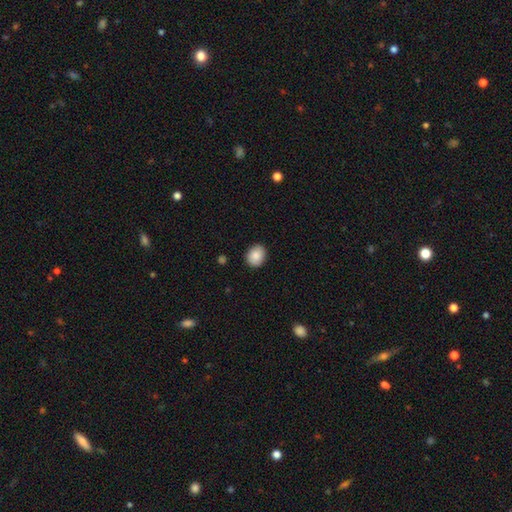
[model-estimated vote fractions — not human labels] Smooth or featured? Predicted: smooth (p=0.88). How rounded? Predicted: round (p=0.53). Merging? Predicted: none (p=0.89).